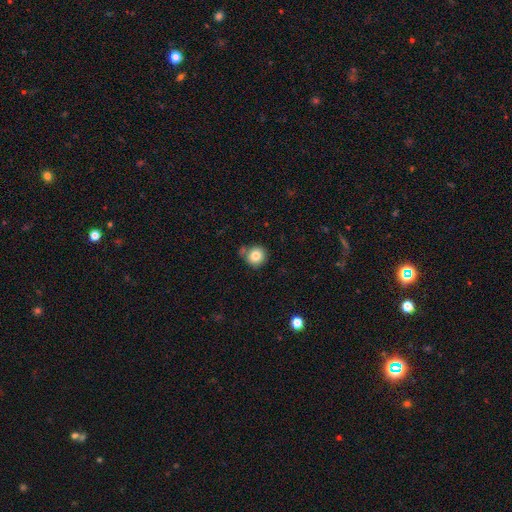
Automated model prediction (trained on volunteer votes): A smooth galaxy with no disk features (82%) that is round (91%). Merging: none (67%).